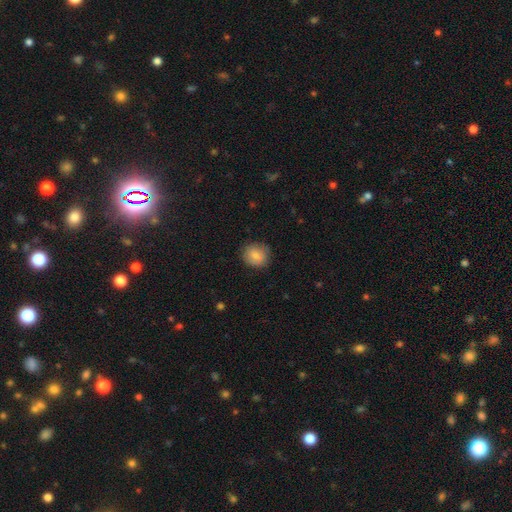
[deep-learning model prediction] Smooth or featured? smooth (83%)
How rounded? round (83%)
Merging? none (82%)